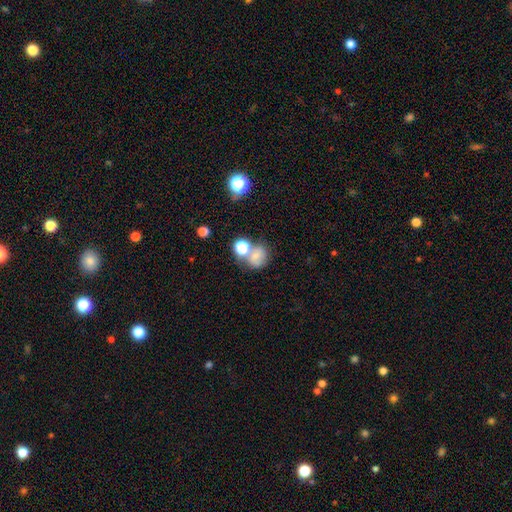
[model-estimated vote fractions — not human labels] smooth-or-featured: smooth: 67% | featured or disk: 17% | star or artifact: 16%
  how-rounded: round: 69% | in between: 30% | cigar-shaped: 1%
  merging: none: 43% | merger: 37% | minor disturbance: 13% | major disturbance: 7%